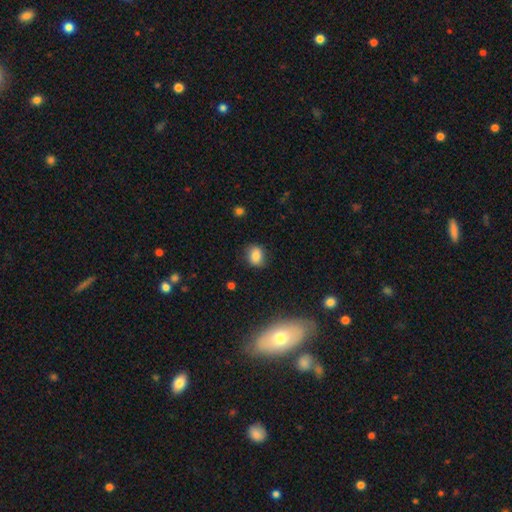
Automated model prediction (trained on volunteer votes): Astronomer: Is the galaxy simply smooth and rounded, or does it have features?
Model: smooth — 83%.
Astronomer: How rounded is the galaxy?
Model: round — 50% (runner-up: in between, 49%).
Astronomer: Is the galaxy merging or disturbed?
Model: none — 79%.